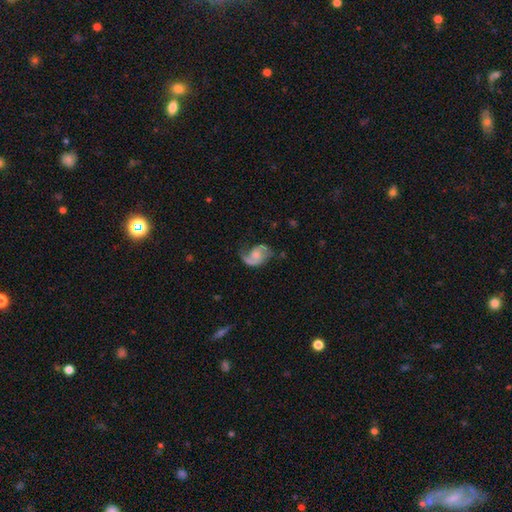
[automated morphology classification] This is clearly a featured or disk galaxy (82%). It is clearly not viewed edge-on (98%). Bar: possibly no (58%). Spiral arm pattern: clearly yes (95%). Spiral arm count: clearly 2 (81%). Spiral winding: possibly medium (47%). Central bulge: marginally small (34%). Merging: possibly none (58%).